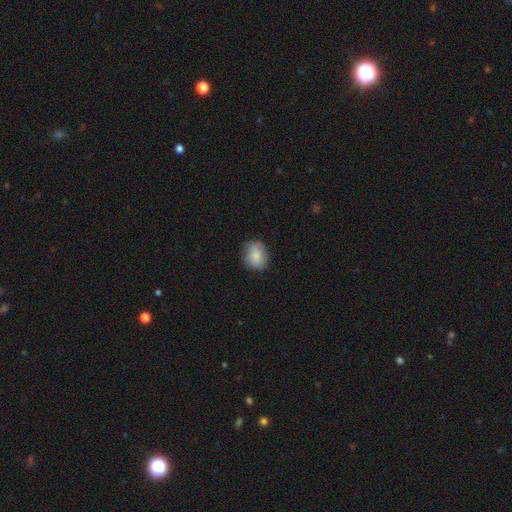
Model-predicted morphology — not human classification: Smooth or featured?
  - smooth: 80% *
  - featured or disk: 13%
  - star or artifact: 7%
How rounded?
  - round: 58% *
  - in between: 41%
  - cigar-shaped: 1%
Merging?
  - none: 74% *
  - minor disturbance: 20%
  - major disturbance: 4%
  - merger: 1%